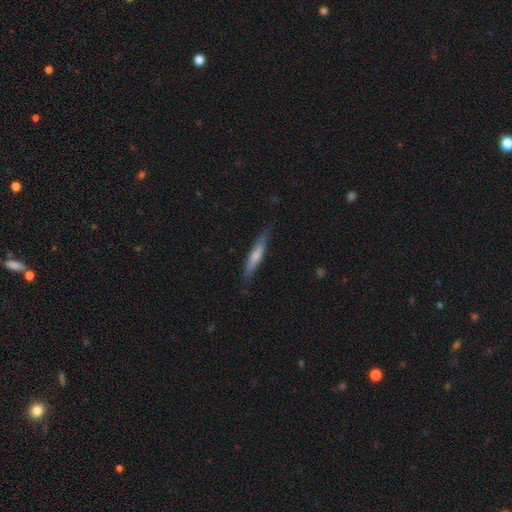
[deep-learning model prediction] This is likely a smooth galaxy (63%). How rounded: clearly cigar-shaped (91%). Merging: likely none (80%).